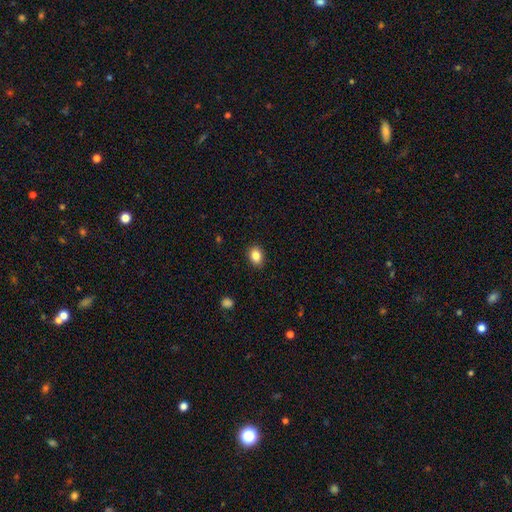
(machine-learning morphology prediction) smooth-or-featured: smooth: 86% | star or artifact: 9% | featured or disk: 5%
  how-rounded: in between: 68% | round: 31% | cigar-shaped: 1%
  merging: none: 88% | minor disturbance: 8% | major disturbance: 2% | merger: 1%